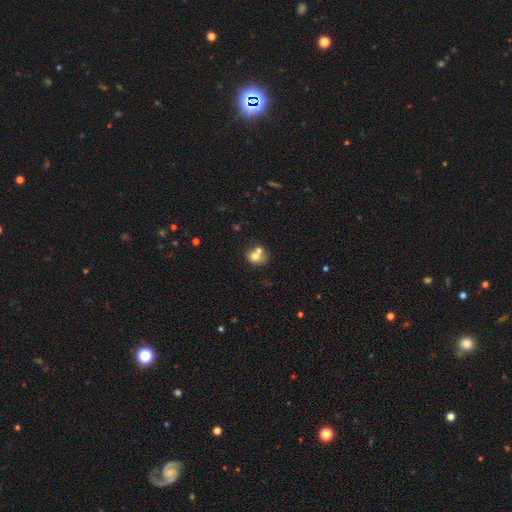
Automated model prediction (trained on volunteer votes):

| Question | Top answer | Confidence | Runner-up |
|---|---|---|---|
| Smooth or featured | smooth | 69% | featured or disk (20%) |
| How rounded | round | 69% | in between (31%) |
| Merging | merger | 51% | none (35%) |